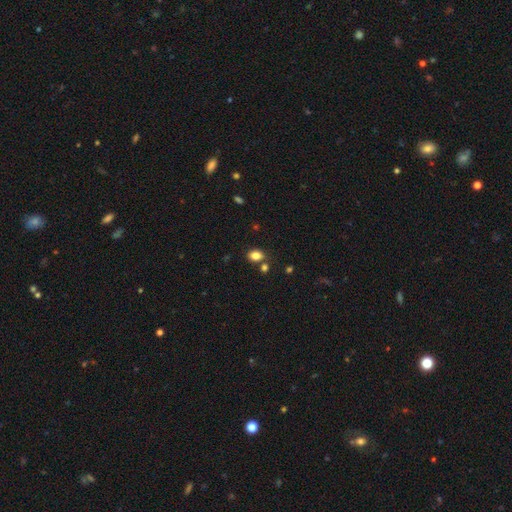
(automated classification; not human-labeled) Smooth or featured: smooth — 82% (star or artifact — 12%)
How rounded: in between — 66% (round — 33%)
Merging: none — 72% (merger — 13%)